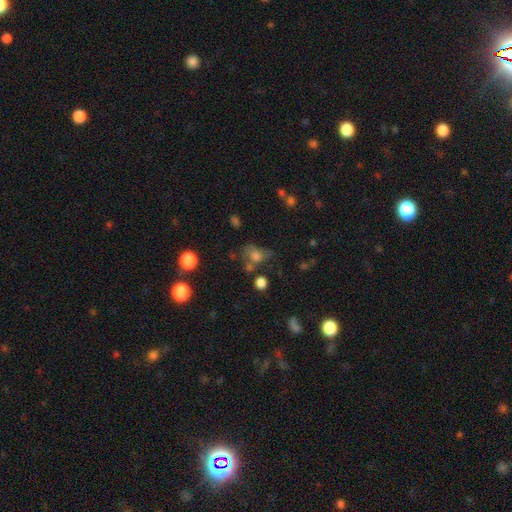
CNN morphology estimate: A smooth galaxy with no disk features (66%) that is in between round and cigar-shaped (54%).

Vote fractions:
- Smooth or featured? smooth: 66% / star or artifact: 18% / featured or disk: 16%
- How rounded? in between: 54% / round: 44% / cigar-shaped: 2%
- Merging? none: 37% / minor disturbance: 23% / major disturbance: 22% / merger: 18%